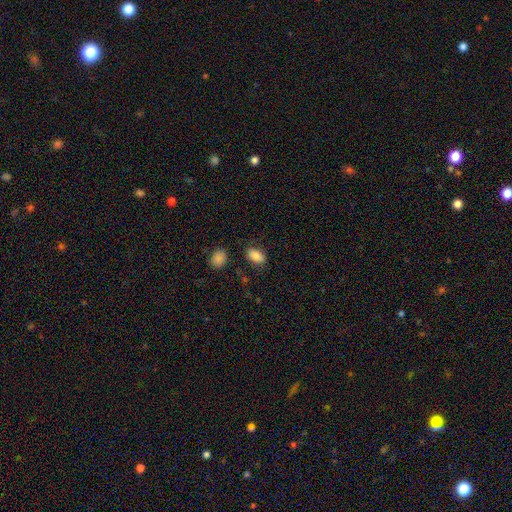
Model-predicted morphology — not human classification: Q: Smooth or featured?
A: smooth (85%); runner-up: star or artifact (8%)
Q: How rounded?
A: in between (91%); runner-up: round (7%)
Q: Merging?
A: none (82%); runner-up: minor disturbance (12%)